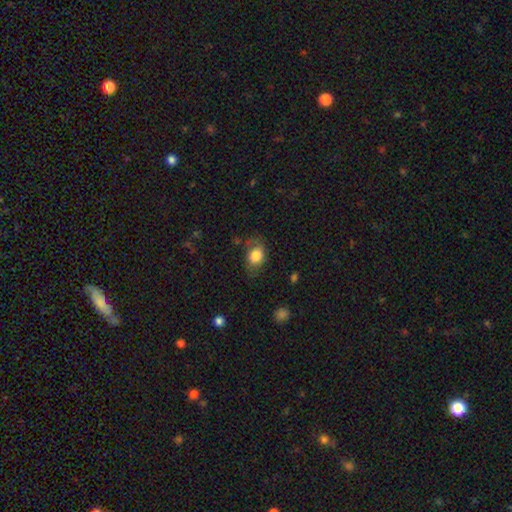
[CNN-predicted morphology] type=smooth (80%); roundness=in between (66%); merging=none (62%).